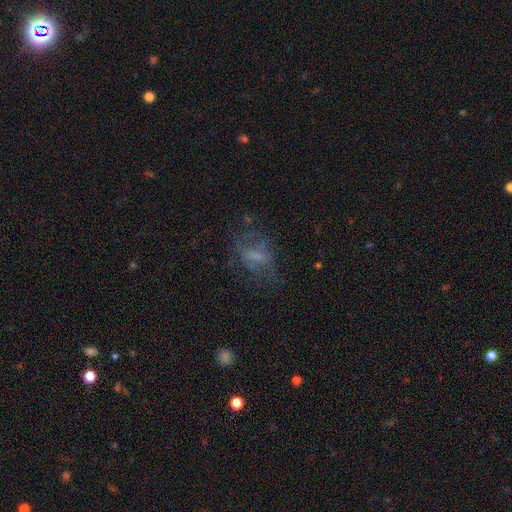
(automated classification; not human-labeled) smooth-or-featured: featured or disk: 42% | smooth: 39% | star or artifact: 18%
  merging: none: 44% | major disturbance: 33% | minor disturbance: 20% | merger: 3%